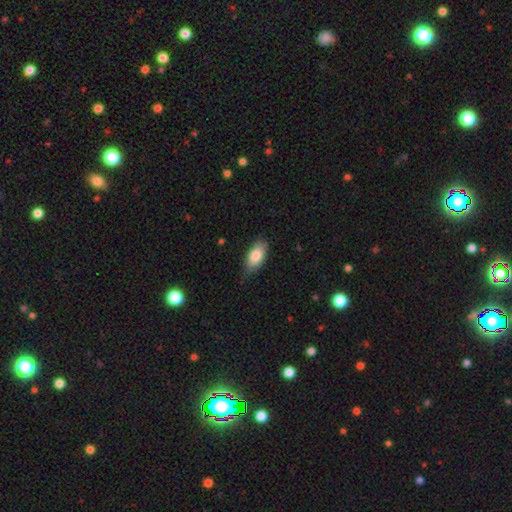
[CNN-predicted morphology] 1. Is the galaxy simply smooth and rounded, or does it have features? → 81% smooth, 12% featured or disk, 6% star or artifact.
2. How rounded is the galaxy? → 88% in between, 9% cigar-shaped, 3% round.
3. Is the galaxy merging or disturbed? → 78% none, 19% minor disturbance, 3% major disturbance, 1% merger.